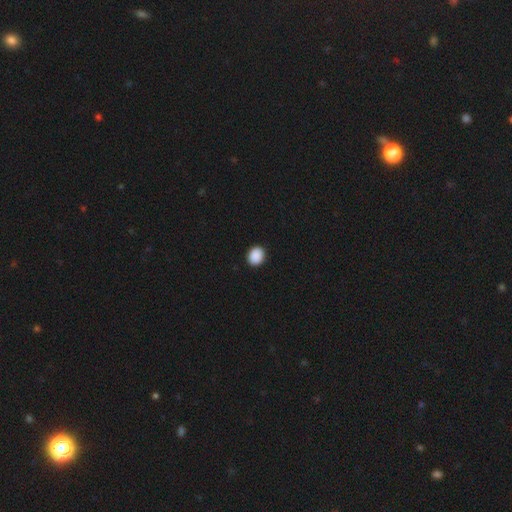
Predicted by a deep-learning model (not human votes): A smooth galaxy with no disk features (90%) that is round (62%). Merging: none (92%).